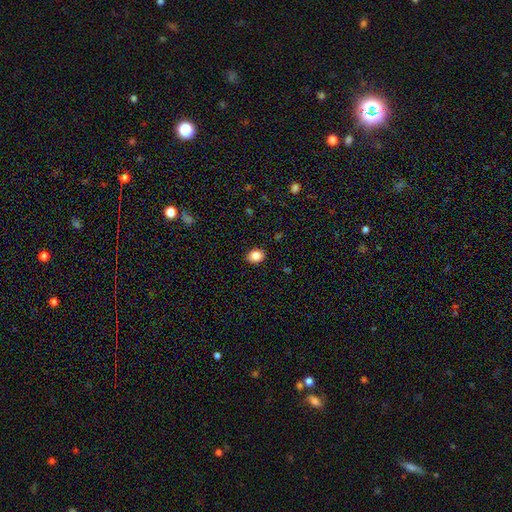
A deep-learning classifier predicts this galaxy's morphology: Smooth or featured: smooth — 86% (star or artifact — 9%)
How rounded: in between — 50% (round — 49%)
Merging: none — 90% (minor disturbance — 7%)